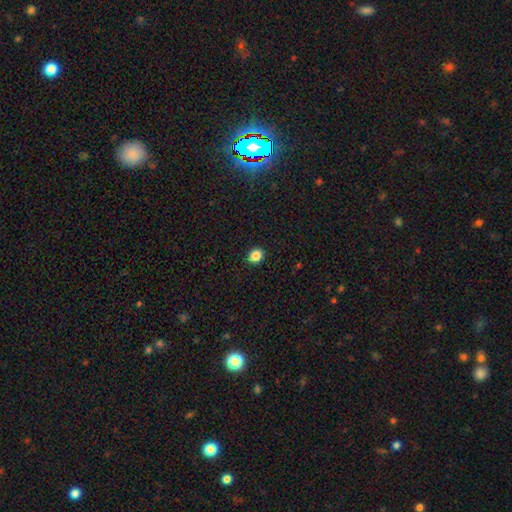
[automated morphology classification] type=smooth (86%); roundness=round (67%); merging=none (91%).